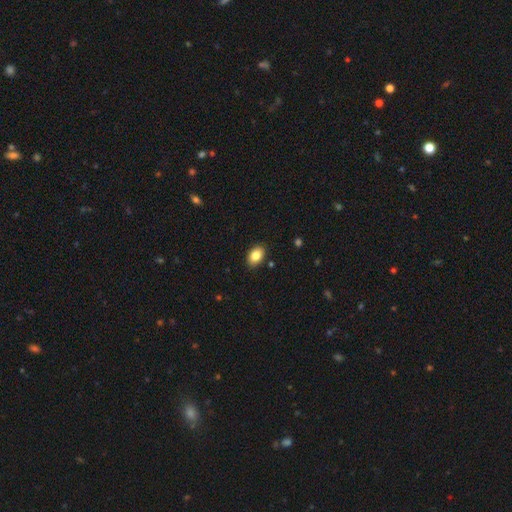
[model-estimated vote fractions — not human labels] smooth 85%, star or artifact 8%, featured or disk 7%. Down the decision tree: how rounded — in between (85%); merging — none (88%).